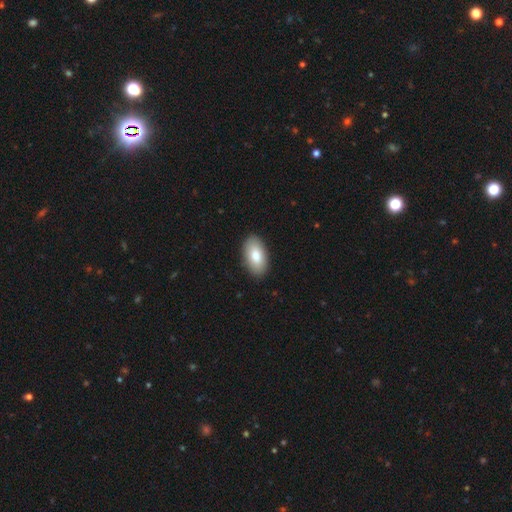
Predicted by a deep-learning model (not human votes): Overall: smooth (83%). How rounded: in between (95%). Merging: none (89%).